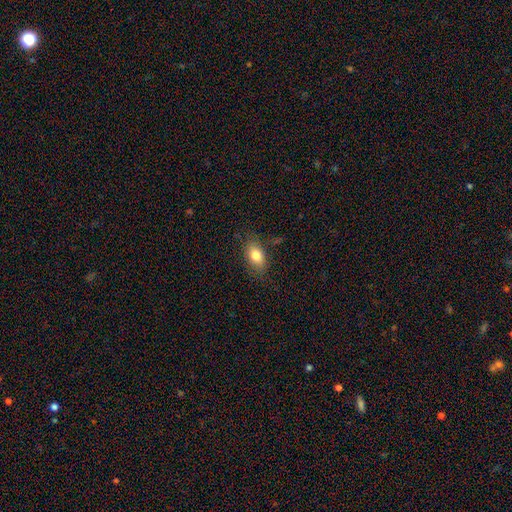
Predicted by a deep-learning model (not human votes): Smooth or featured: smooth — 80% (featured or disk — 12%)
How rounded: in between — 85% (round — 12%)
Merging: none — 80% (minor disturbance — 14%)